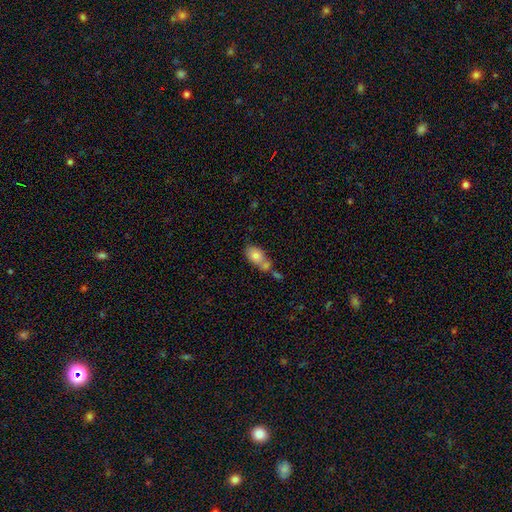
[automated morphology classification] smooth-or-featured: smooth: 74% | featured or disk: 18% | star or artifact: 8%
  how-rounded: in between: 83% | round: 14% | cigar-shaped: 4%
  merging: merger: 46% | none: 29% | minor disturbance: 16% | major disturbance: 9%